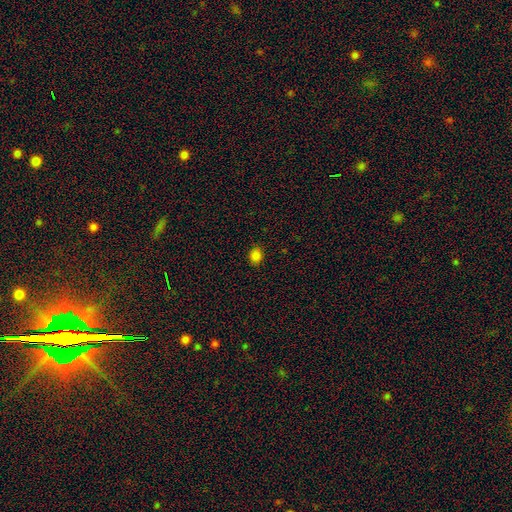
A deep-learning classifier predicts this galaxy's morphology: A smooth galaxy with no disk features (83%) that is round (54%). Merging: none (89%).